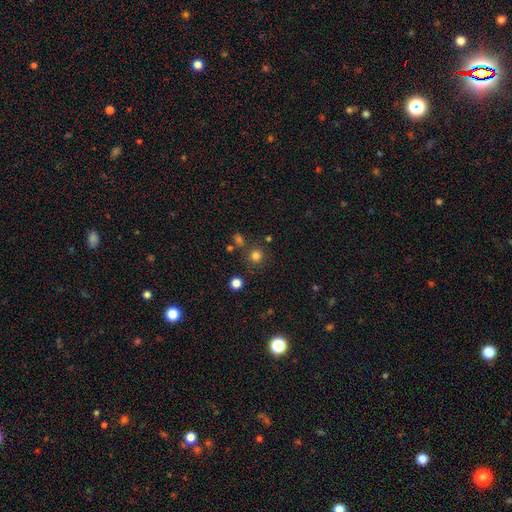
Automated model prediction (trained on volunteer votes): The model was most divided on "smooth or featured": smooth: 78%, star or artifact: 16%, featured or disk: 5%. More confident: how rounded — round (91%); merging — none (78%).